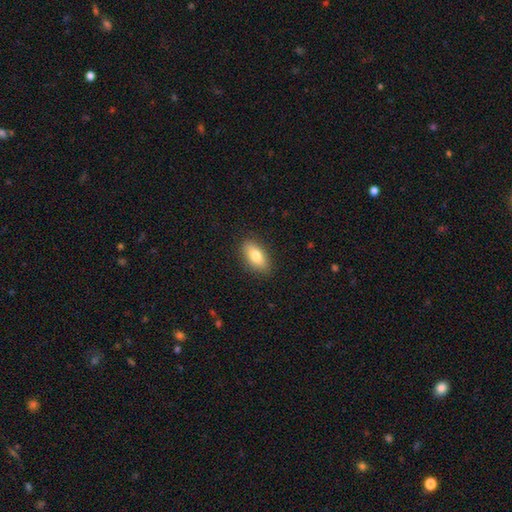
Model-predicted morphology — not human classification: type=smooth (78%); roundness=in between (86%); merging=none (87%).